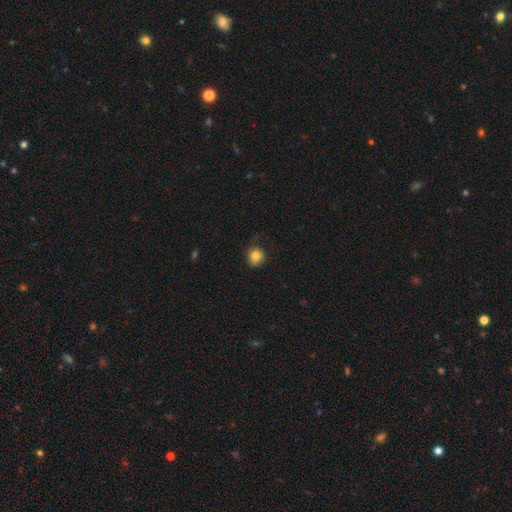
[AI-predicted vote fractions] A smooth galaxy with no disk features (82%) that is round (88%).

Vote fractions:
- Smooth or featured? smooth: 82% / star or artifact: 11% / featured or disk: 7%
- How rounded? round: 88% / in between: 12% / cigar-shaped: 1%
- Merging? none: 77% / minor disturbance: 18% / major disturbance: 4% / merger: 1%